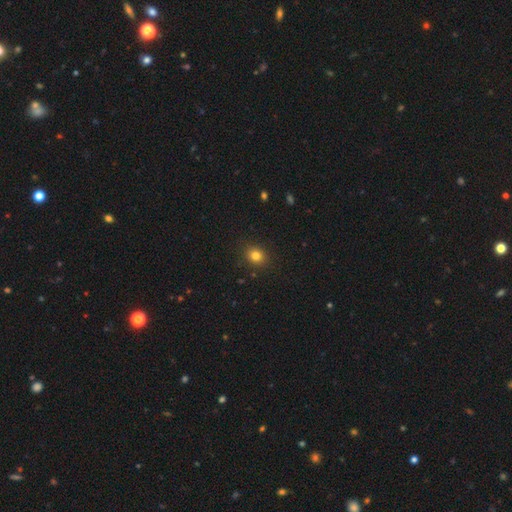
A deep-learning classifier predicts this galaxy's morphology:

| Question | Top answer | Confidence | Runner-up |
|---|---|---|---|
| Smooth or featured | smooth | 82% | star or artifact (13%) |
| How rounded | round | 68% | in between (31%) |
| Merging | none | 89% | minor disturbance (8%) |